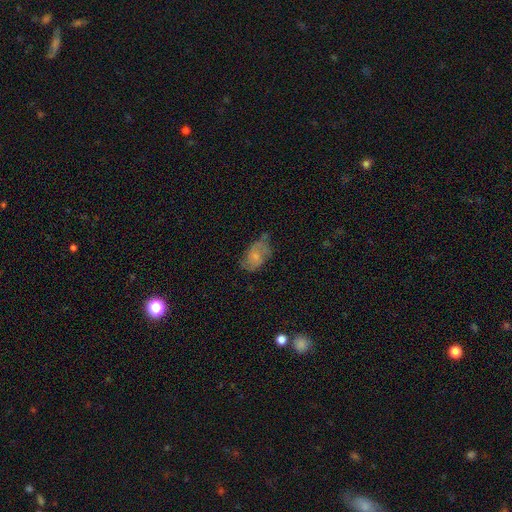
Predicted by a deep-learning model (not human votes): This is possibly a smooth galaxy (48%). Merging: possibly none (49%).